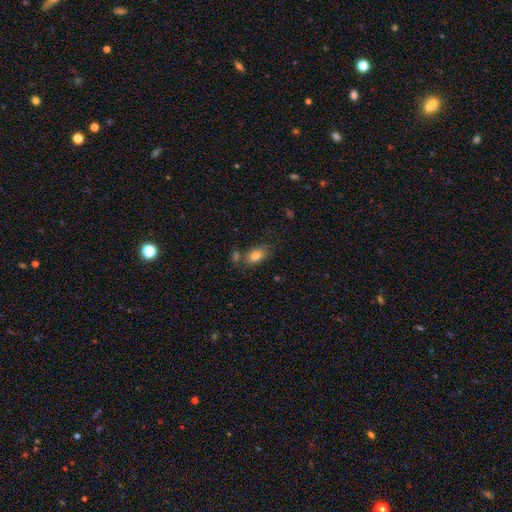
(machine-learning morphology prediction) type=smooth (80%); roundness=in between (86%); merging=none (65%).